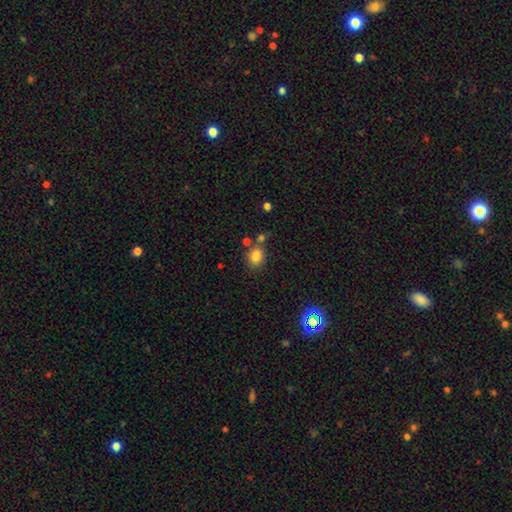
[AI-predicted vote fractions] Overall: smooth (82%). How rounded: round (51%; in between 48%). Merging: none (66%).